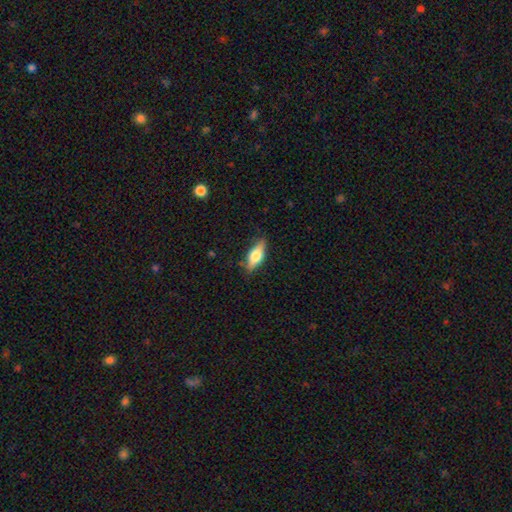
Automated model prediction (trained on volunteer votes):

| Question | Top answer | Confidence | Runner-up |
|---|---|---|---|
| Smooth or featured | smooth | 61% | featured or disk (33%) |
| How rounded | in between | 70% | cigar-shaped (27%) |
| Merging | none | 84% | minor disturbance (12%) |